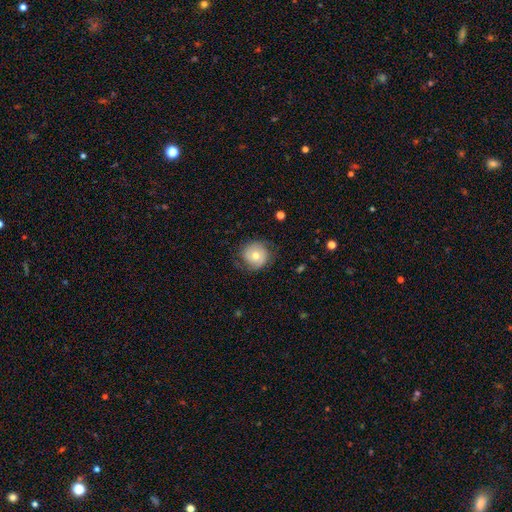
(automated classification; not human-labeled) Smooth or featured? smooth (49%)
Merging? none (72%)